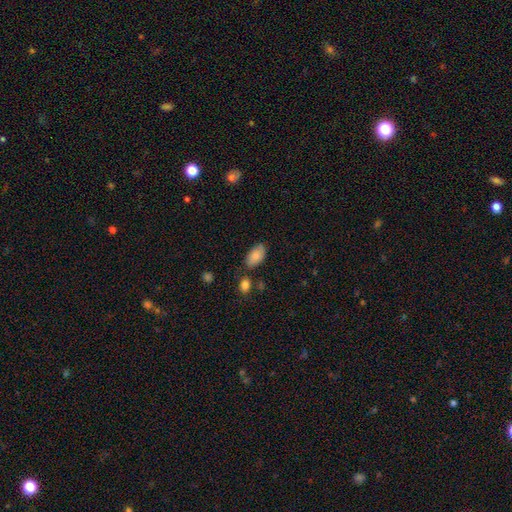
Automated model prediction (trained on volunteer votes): Morphology: type=smooth (85%); roundness=in between (94%); merging=none (75%).